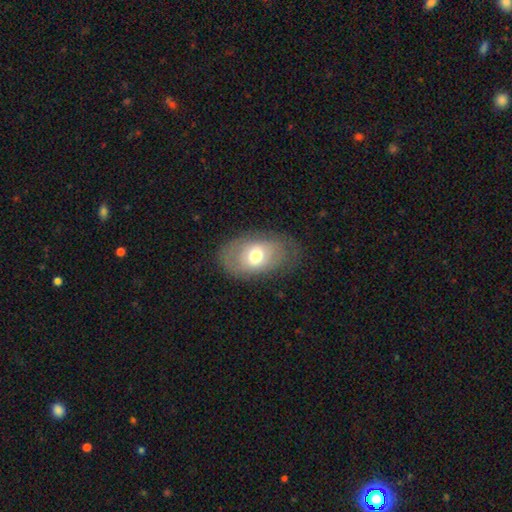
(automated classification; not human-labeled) smooth-or-featured: smooth: 56% | featured or disk: 36% | star or artifact: 8%
  how-rounded: in between: 84% | round: 14% | cigar-shaped: 1%
  merging: none: 73% | minor disturbance: 18% | major disturbance: 8% | merger: 1%